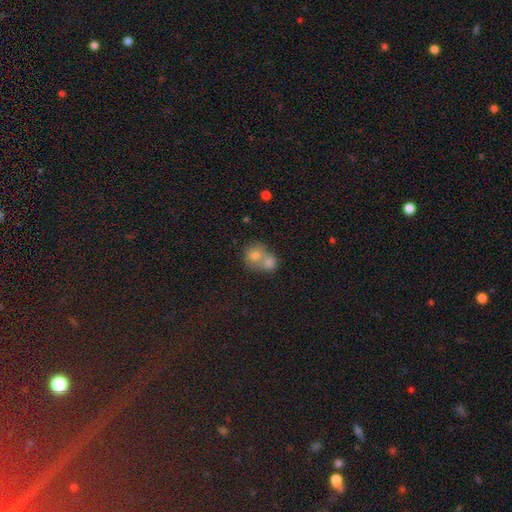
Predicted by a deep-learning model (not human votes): smooth-or-featured: smooth: 68% | featured or disk: 20% | star or artifact: 12%
  how-rounded: round: 74% | in between: 25% | cigar-shaped: 1%
  merging: merger: 68% | none: 24% | minor disturbance: 5% | major disturbance: 3%